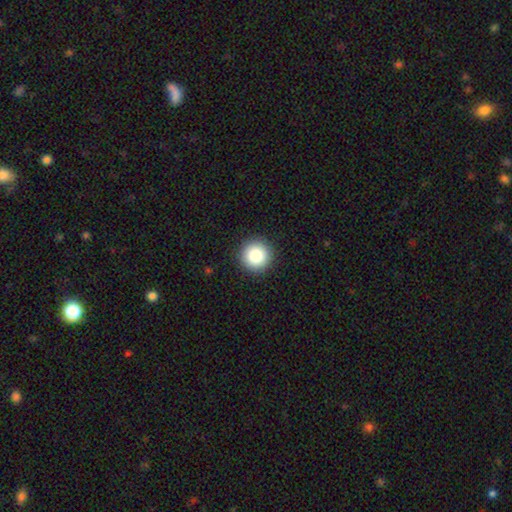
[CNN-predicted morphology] type=smooth (86%); roundness=round (96%); merging=none (92%).